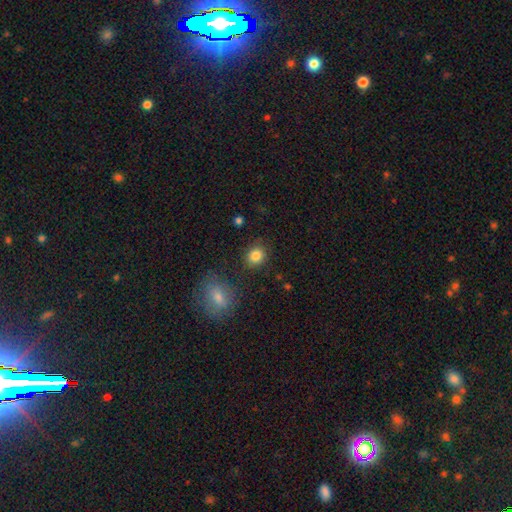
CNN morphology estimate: smooth 85%, star or artifact 10%, featured or disk 5%. Down the decision tree: how rounded — round (74%); merging — none (85%).